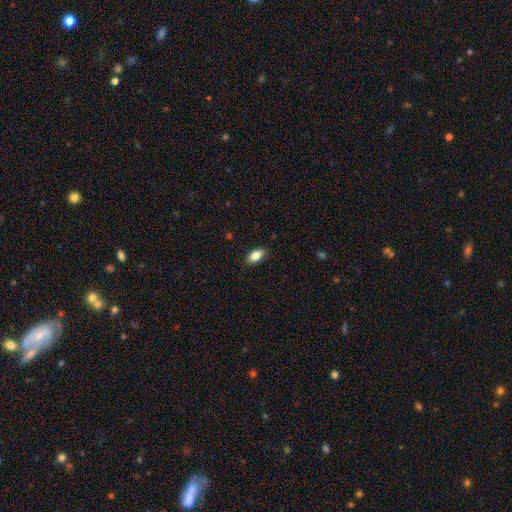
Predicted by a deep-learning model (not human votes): Smooth or featured: smooth — 85% (star or artifact — 8%)
How rounded: in between — 90% (round — 5%)
Merging: none — 87% (minor disturbance — 10%)